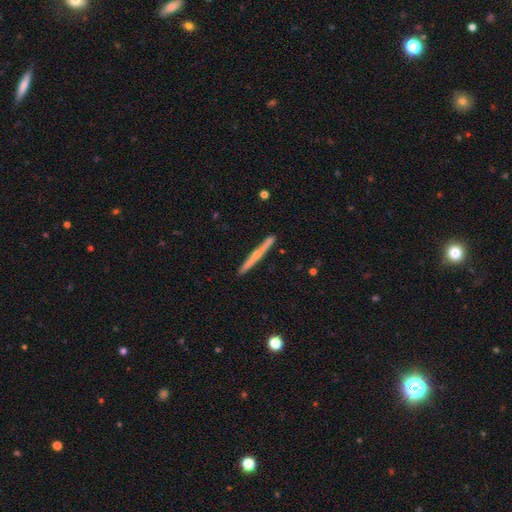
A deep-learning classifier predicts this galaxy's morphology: featured or disk 61%, smooth 33%, star or artifact 5%. Down the decision tree: edge-on disk — yes (98%); edge-on bulge — rounded (64%); merging — none (91%).